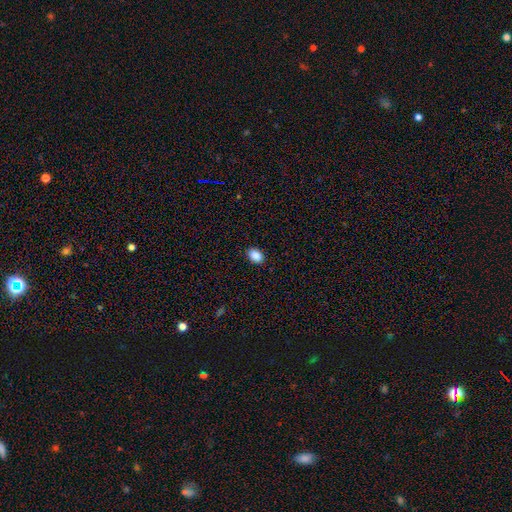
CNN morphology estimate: Q: Smooth or featured?
A: smooth (89%); runner-up: star or artifact (8%)
Q: How rounded?
A: in between (81%); runner-up: round (18%)
Q: Merging?
A: none (88%); runner-up: minor disturbance (9%)